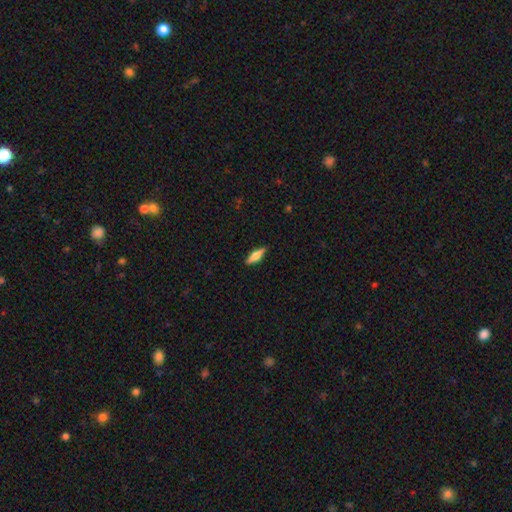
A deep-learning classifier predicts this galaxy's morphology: Smooth or featured?
  - smooth: 62% *
  - featured or disk: 32%
  - star or artifact: 6%
How rounded?
  - cigar-shaped: 49% *
  - in between: 48%
  - round: 2%
Merging?
  - none: 88% *
  - minor disturbance: 9%
  - major disturbance: 2%
  - merger: 1%